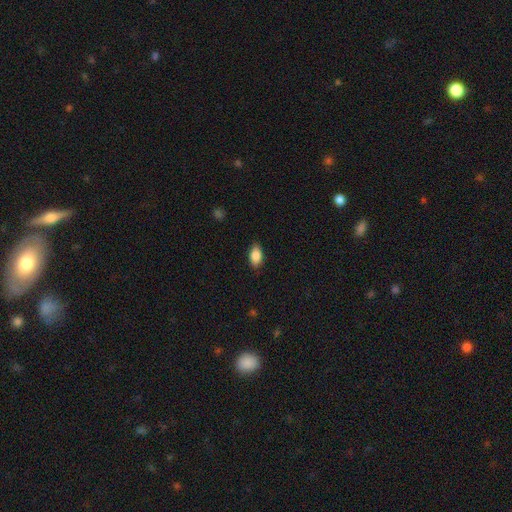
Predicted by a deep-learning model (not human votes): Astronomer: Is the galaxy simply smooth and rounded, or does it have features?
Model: smooth — 86%.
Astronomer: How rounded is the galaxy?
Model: in between — 91%.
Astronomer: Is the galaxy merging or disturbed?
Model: none — 83%.